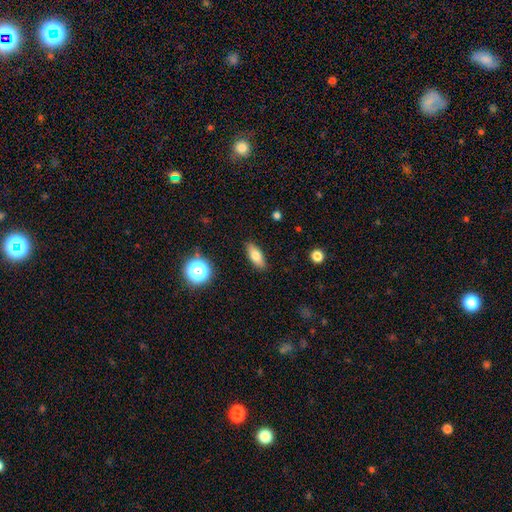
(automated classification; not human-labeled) Overall: smooth (73%). How rounded: in between (73%). Merging: none (88%).